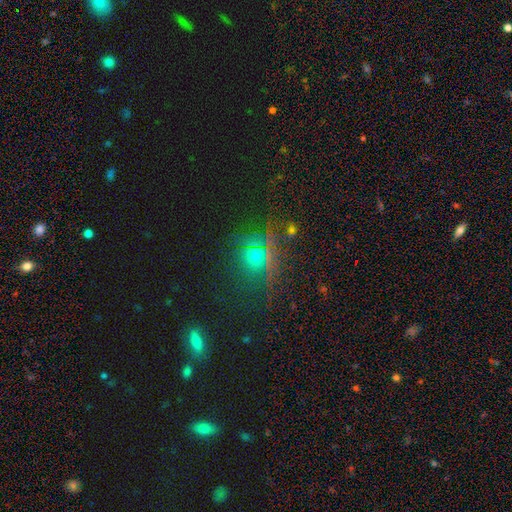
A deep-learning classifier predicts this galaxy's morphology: smooth-or-featured: smooth: 51% | star or artifact: 38% | featured or disk: 10%
  how-rounded: round: 88% | in between: 11% | cigar-shaped: 2%
  merging: none: 79% | minor disturbance: 11% | major disturbance: 6% | merger: 4%